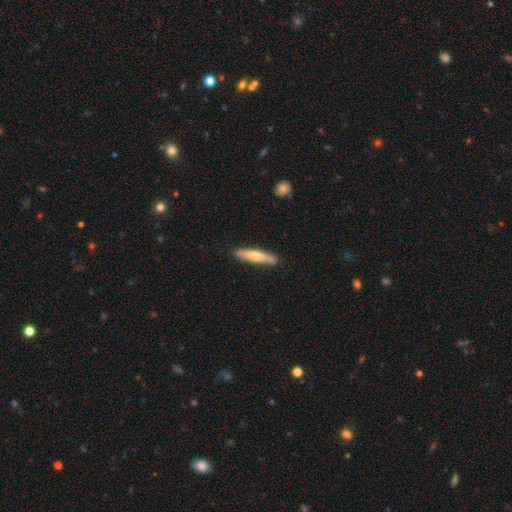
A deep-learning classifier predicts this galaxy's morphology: A smooth galaxy with no disk features (60%) that is cigar-shaped (88%). Merging: none (87%).